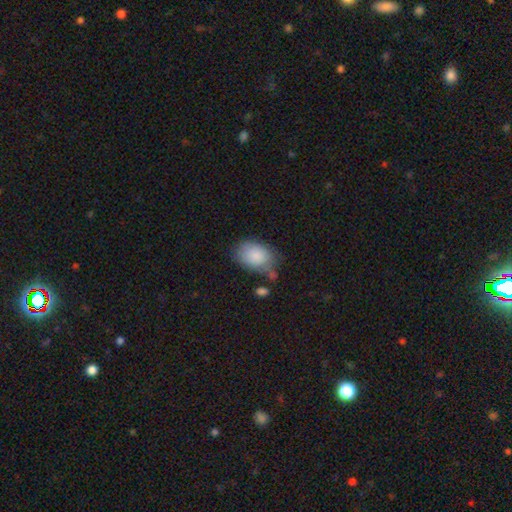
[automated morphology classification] This is clearly a smooth galaxy (85%). How rounded: clearly in between (82%). Merging: possibly none (59%).